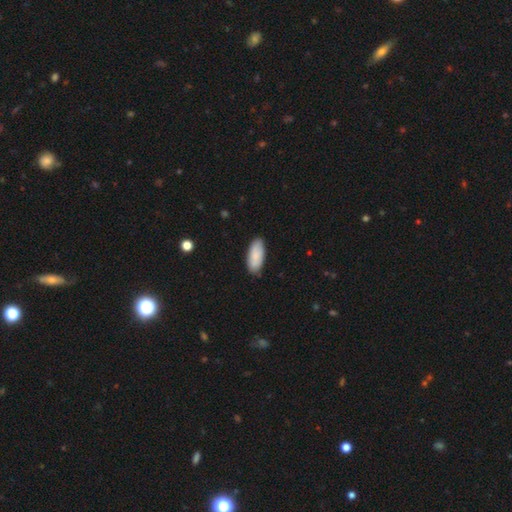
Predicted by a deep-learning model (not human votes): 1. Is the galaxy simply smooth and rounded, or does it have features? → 87% smooth, 7% featured or disk, 6% star or artifact.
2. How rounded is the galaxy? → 86% in between, 12% cigar-shaped, 2% round.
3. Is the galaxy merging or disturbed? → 83% none, 14% minor disturbance, 2% major disturbance, 1% merger.